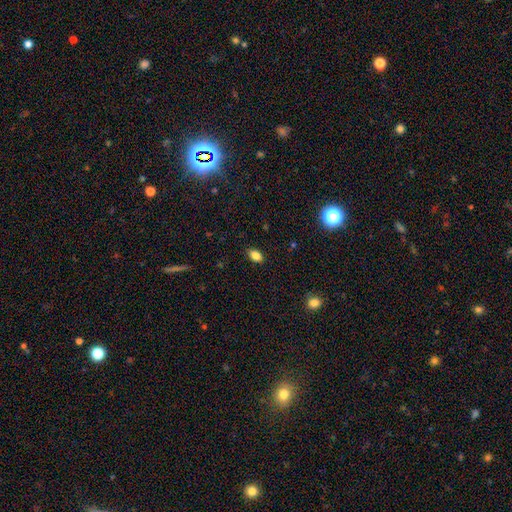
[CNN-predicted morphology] smooth 84%, star or artifact 10%, featured or disk 6%. Down the decision tree: how rounded — in between (87%); merging — none (86%).